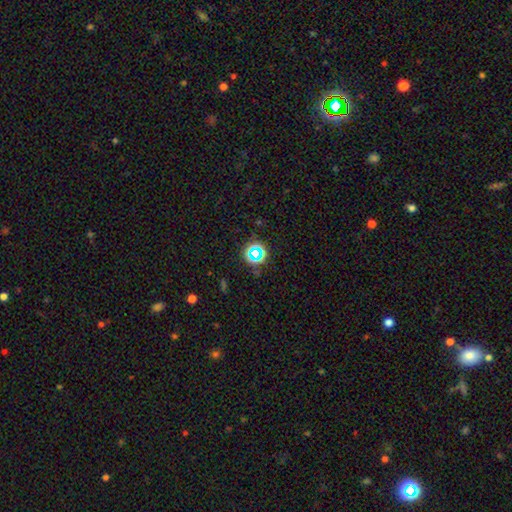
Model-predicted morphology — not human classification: smooth 52%, star or artifact 37%, featured or disk 11%. Down the decision tree: how rounded — round (90%); merging — none (87%).